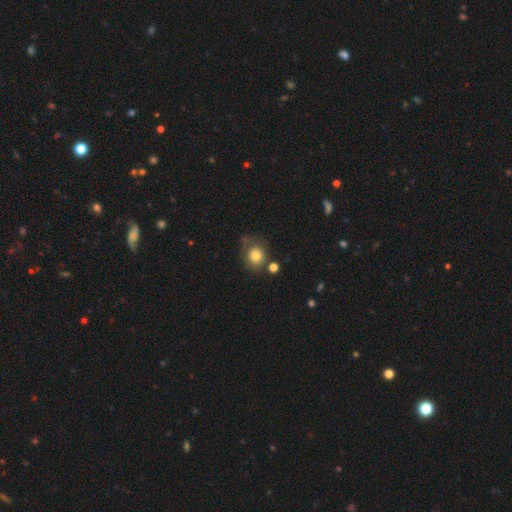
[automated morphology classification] A smooth galaxy with no disk features (78%) that is round (79%).

Vote fractions:
- Smooth or featured? smooth: 78% / featured or disk: 12% / star or artifact: 10%
- How rounded? round: 79% / in between: 21% / cigar-shaped: 1%
- Merging? none: 64% / minor disturbance: 18% / merger: 11% / major disturbance: 7%